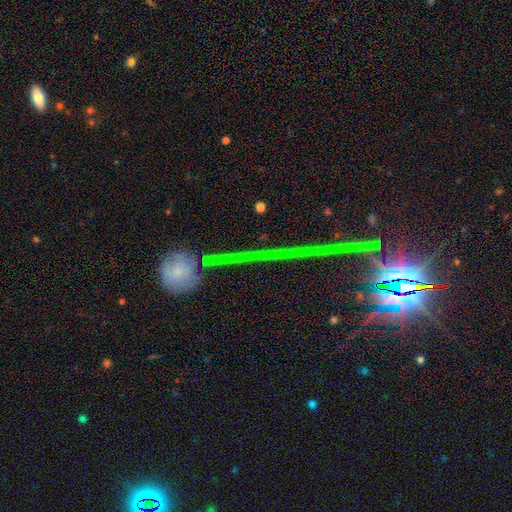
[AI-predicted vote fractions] smooth_or_featured: star or artifact (p=0.64) [alt: featured or disk p=0.23]